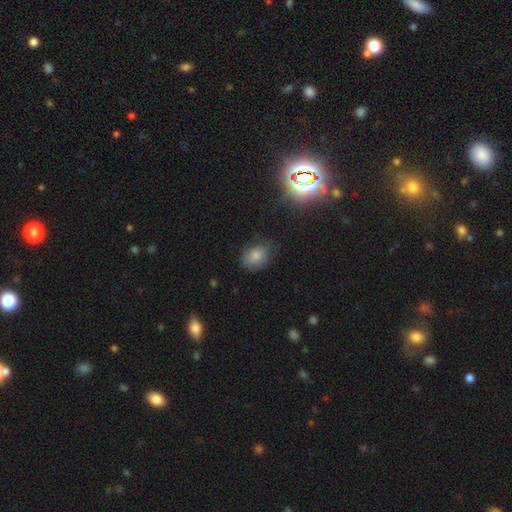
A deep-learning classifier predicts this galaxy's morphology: Smooth or featured?
  - smooth: 79% *
  - star or artifact: 12%
  - featured or disk: 9%
How rounded?
  - in between: 67% *
  - round: 32%
  - cigar-shaped: 1%
Merging?
  - none: 65% *
  - minor disturbance: 26%
  - major disturbance: 7%
  - merger: 2%